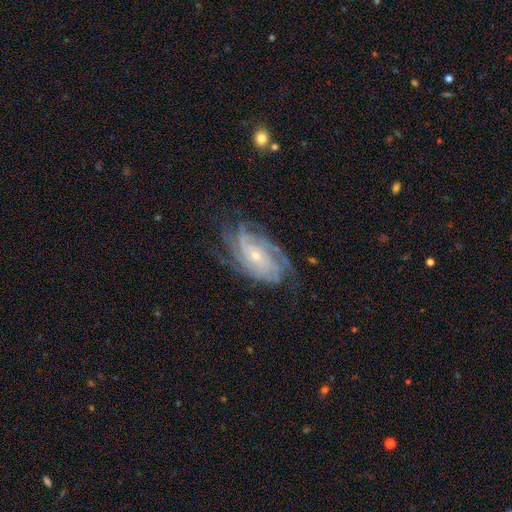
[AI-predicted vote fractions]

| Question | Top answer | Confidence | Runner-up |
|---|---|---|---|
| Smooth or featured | featured or disk | 89% | star or artifact (6%) |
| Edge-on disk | no | 96% | yes (4%) |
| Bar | no | 64% | weak (26%) |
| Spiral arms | yes | 98% | no (2%) |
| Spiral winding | tight | 65% | medium (29%) |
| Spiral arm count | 4 | 26% | 3 (22%) |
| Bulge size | small | 73% | moderate (23%) |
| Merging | none | 73% | minor disturbance (17%) |